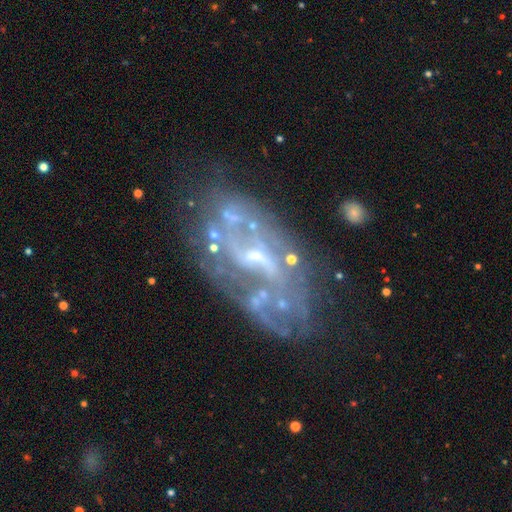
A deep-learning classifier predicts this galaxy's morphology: smooth-or-featured: featured or disk: 79% | star or artifact: 10% | smooth: 10%
  disk-edge-on: no: 95% | yes: 5%
    bar: no: 46% | weak: 40% | strong: 14%
    has-spiral-arms: yes: 59% | no: 41%
    bulge-size: small: 58% | none: 20% | moderate: 19% | large: 1% | dominant: 1%
  merging: none: 55% | minor disturbance: 20% | major disturbance: 18% | merger: 8%